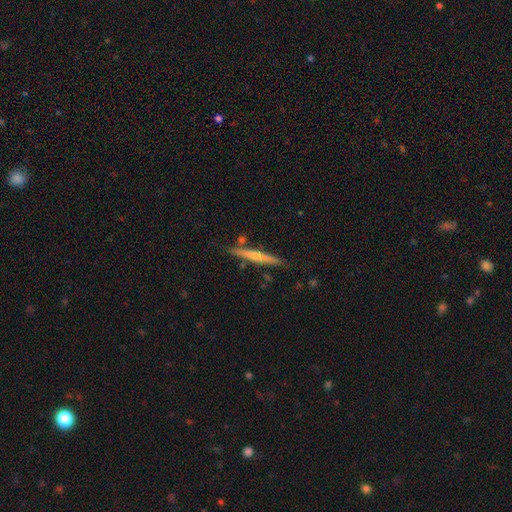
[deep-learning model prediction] smooth-or-featured: smooth: 47% (tied) | featured or disk: 47% (tied) | star or artifact: 6%
  merging: none: 83% | minor disturbance: 11% | merger: 4% | major disturbance: 2%